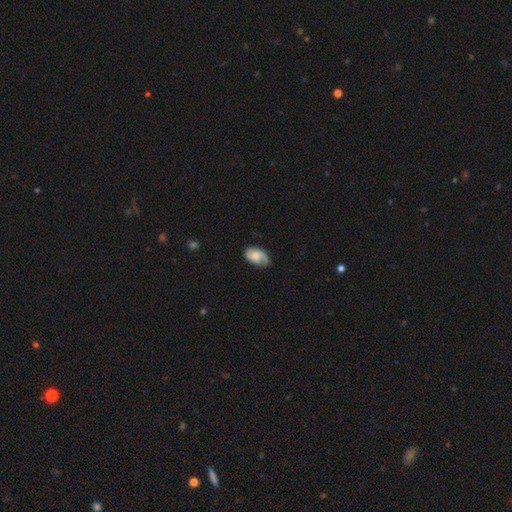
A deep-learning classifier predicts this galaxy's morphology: Smooth or featured? Predicted: featured or disk (p=0.49). Merging? Predicted: none (p=0.63).